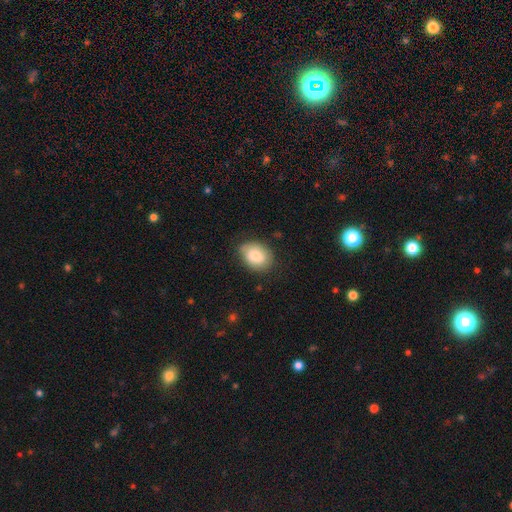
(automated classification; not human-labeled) Smooth or featured?
  - smooth: 79% *
  - featured or disk: 13%
  - star or artifact: 7%
How rounded?
  - in between: 67% *
  - round: 32%
  - cigar-shaped: 1%
Merging?
  - none: 71% *
  - minor disturbance: 22%
  - major disturbance: 5%
  - merger: 1%